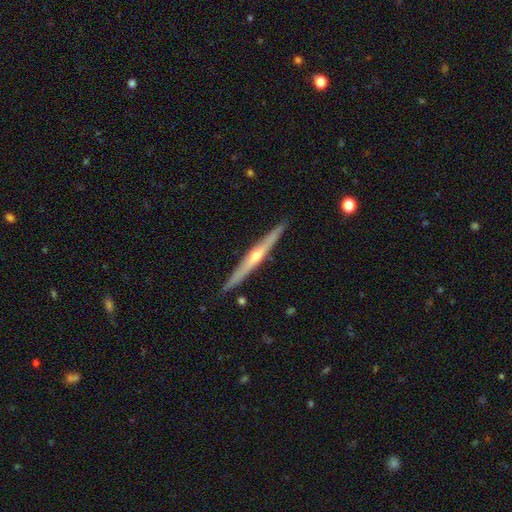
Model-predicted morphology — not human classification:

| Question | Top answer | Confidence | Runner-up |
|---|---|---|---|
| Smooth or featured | featured or disk | 74% | smooth (20%) |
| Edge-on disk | yes | 97% | no (3%) |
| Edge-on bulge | rounded | 82% | none (15%) |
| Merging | none | 91% | minor disturbance (7%) |